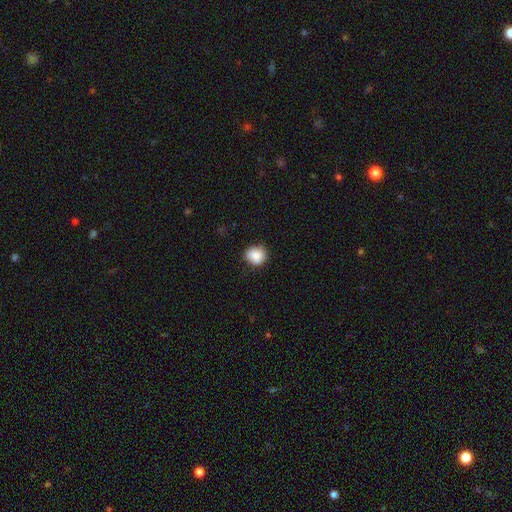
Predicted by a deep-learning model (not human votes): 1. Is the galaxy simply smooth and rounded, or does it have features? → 86% smooth, 9% star or artifact, 6% featured or disk.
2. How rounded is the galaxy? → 78% round, 21% in between, 1% cigar-shaped.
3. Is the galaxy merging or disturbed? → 74% none, 19% minor disturbance, 4% major disturbance, 3% merger.